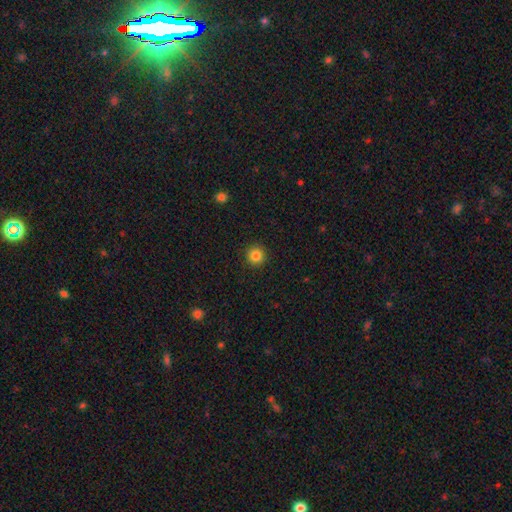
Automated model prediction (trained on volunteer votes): Overall: smooth (84%). How rounded: round (95%). Merging: none (93%).